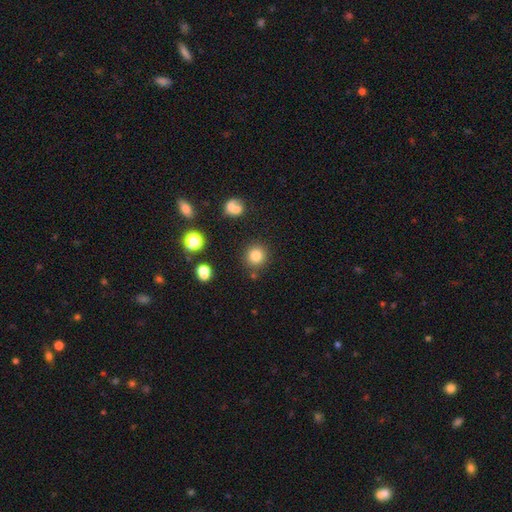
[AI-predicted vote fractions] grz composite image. It shows a smooth galaxy with no disk features (81%) that is round (91%). Merging: none (85%).